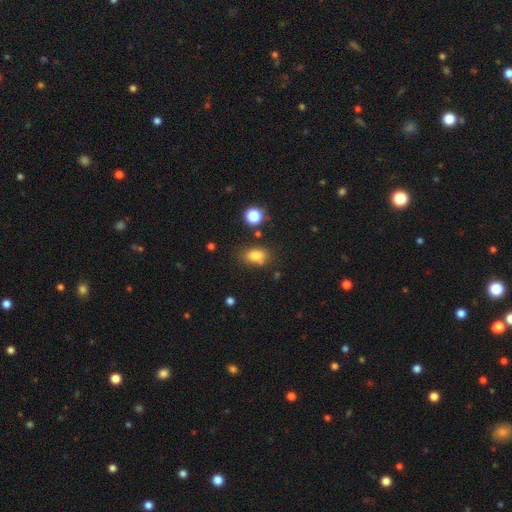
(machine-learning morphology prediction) Smooth or featured: smooth — 81% (star or artifact — 11%)
How rounded: in between — 81% (round — 17%)
Merging: none — 68% (minor disturbance — 18%)